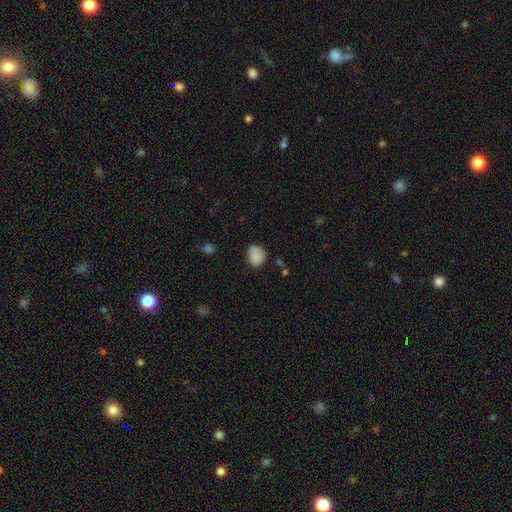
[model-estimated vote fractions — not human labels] This is clearly a smooth galaxy (84%). How rounded: possibly round (56%). Merging: likely none (61%).